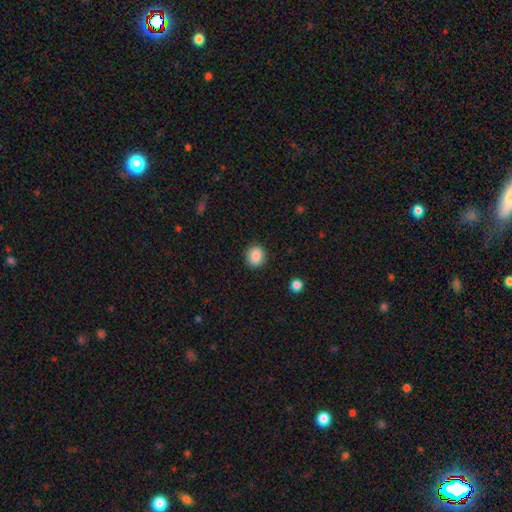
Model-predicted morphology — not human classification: Q: Smooth or featured?
A: smooth (87%); runner-up: star or artifact (9%)
Q: How rounded?
A: round (79%); runner-up: in between (20%)
Q: Merging?
A: none (89%); runner-up: minor disturbance (7%)